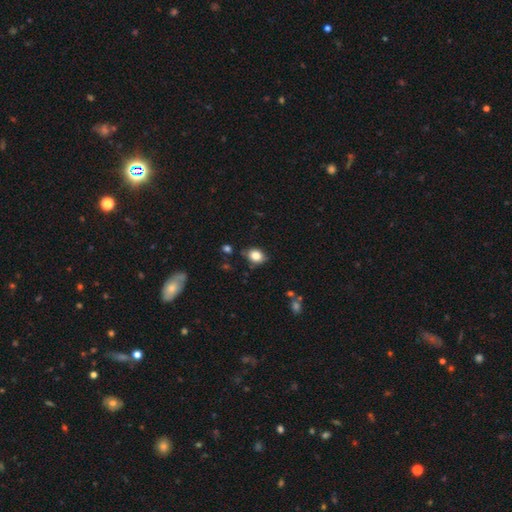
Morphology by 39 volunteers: smooth_or_featured: smooth (p=0.77) [alt: featured or disk p=0.13]
how_rounded: in between (p=0.57) [alt: round p=0.43]
merging: none (p=0.63) [alt: minor disturbance p=0.29]